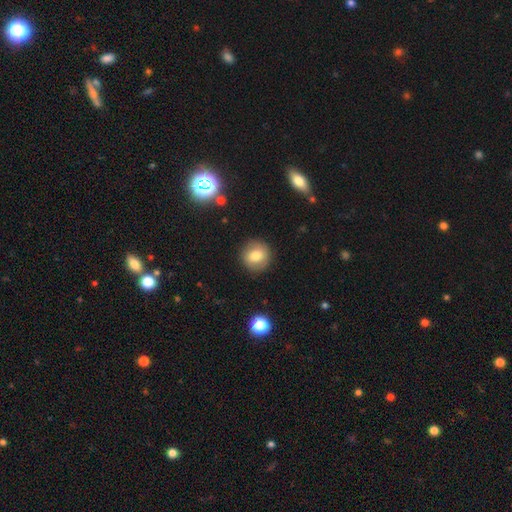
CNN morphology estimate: Smooth or featured: smooth — 77% (featured or disk — 13%)
How rounded: round — 89% (in between — 10%)
Merging: none — 88% (minor disturbance — 8%)